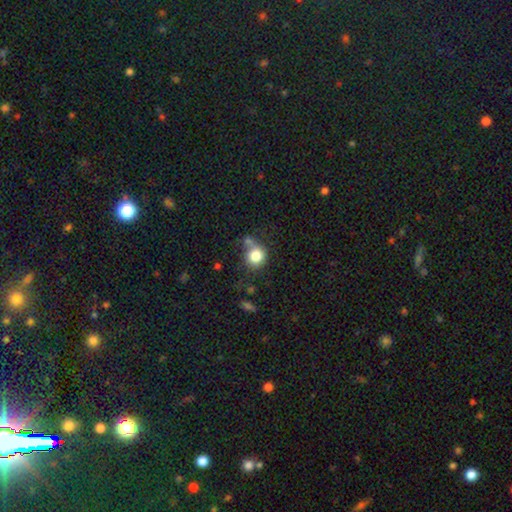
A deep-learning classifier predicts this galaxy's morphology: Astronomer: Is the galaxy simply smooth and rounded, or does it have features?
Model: smooth — 81%.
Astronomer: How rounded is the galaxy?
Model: round — 85%.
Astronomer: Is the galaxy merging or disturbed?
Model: none — 52%.